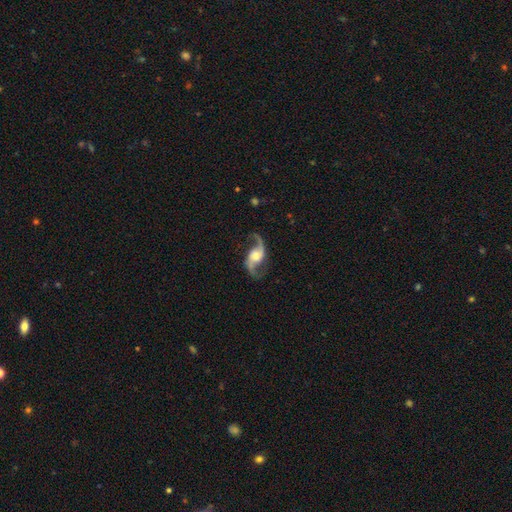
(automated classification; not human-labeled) The model was most divided on "bulge size": moderate: 35%, large: 34%, small: 16%, none: 10%, dominant: 4%. More confident: spiral arms — yes (97%); edge-on disk — no (97%); spiral arm count — 2 (94%); smooth or featured — featured or disk (91%); merging — none (78%); spiral winding — loose (73%); bar — no (51%).